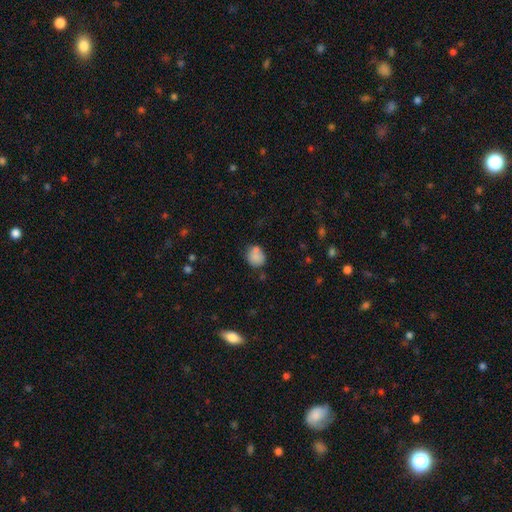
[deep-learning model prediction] Overall: smooth (82%). How rounded: round (65%; in between 34%). Merging: none (60%).